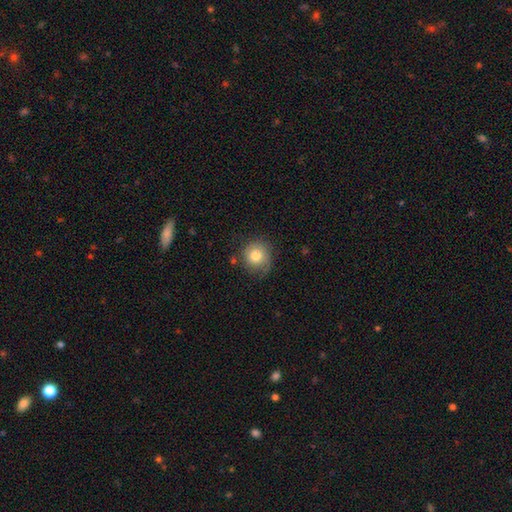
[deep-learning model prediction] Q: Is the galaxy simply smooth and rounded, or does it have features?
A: smooth — 79%.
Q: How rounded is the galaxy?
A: round — 88%.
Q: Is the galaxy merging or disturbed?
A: none — 72%.